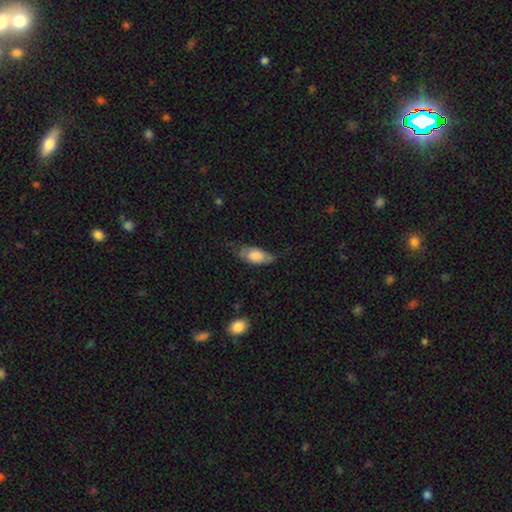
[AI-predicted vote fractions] The model was most divided on "merging": none: 52%, minor disturbance: 32%, major disturbance: 14%, merger: 2%. More confident: how rounded — in between (86%); smooth or featured — smooth (69%).